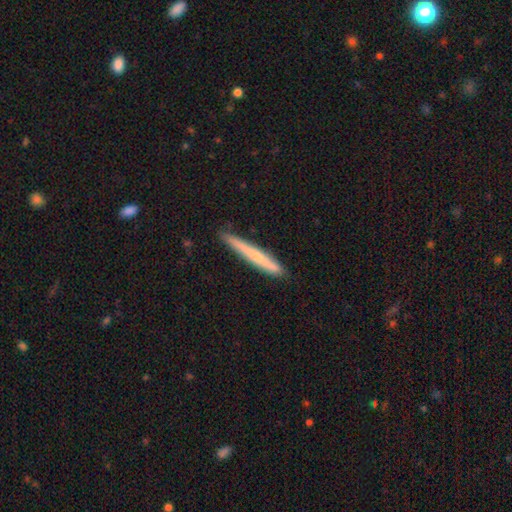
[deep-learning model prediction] Morphology: type=smooth (55%); roundness=cigar-shaped (96%); merging=none (88%).